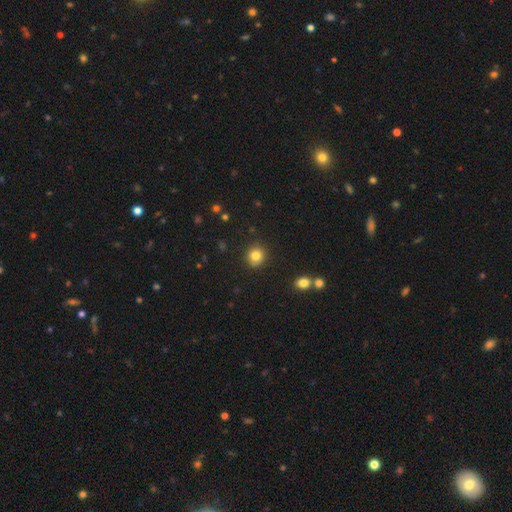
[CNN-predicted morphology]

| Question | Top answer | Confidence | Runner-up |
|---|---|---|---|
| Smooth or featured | smooth | 83% | star or artifact (11%) |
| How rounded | round | 87% | in between (12%) |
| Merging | none | 90% | minor disturbance (7%) |